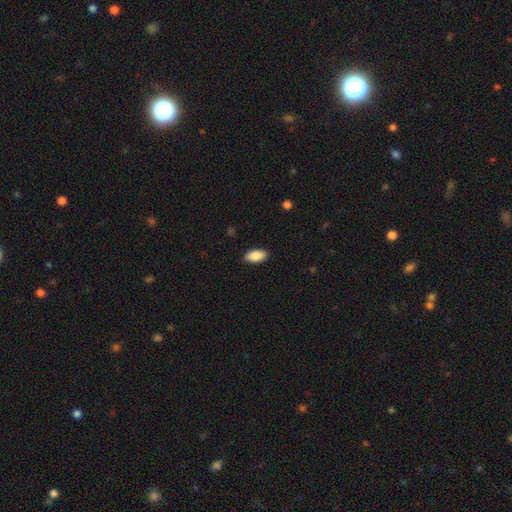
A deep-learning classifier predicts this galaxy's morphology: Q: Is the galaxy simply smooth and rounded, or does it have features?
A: smooth — 89%.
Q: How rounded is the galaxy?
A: in between — 92%.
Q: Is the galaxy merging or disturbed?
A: none — 89%.